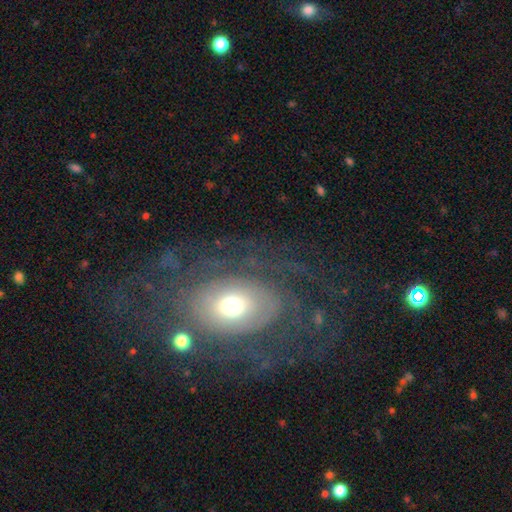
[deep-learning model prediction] A featured or disk galaxy (73%) with no bar (81%), spiral arms (67%) and a moderate central bulge (60%).

Vote fractions:
- Smooth or featured? featured or disk: 73% / smooth: 19% / star or artifact: 8%
- Edge-on disk? no: 94% / yes: 6%
- Bar? no: 81% / weak: 14% / strong: 5%
- Spiral arms? yes: 67% / no: 33%
- Bulge size? moderate: 60% / small: 25% / large: 12% / dominant: 2% / none: 1%
- Merging? none: 67% / major disturbance: 16% / minor disturbance: 15% / merger: 2%